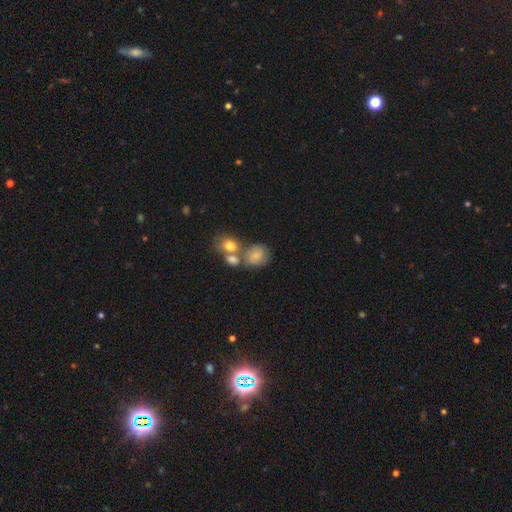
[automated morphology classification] type=smooth (64%); roundness=round (59%); merging=merger (41%).